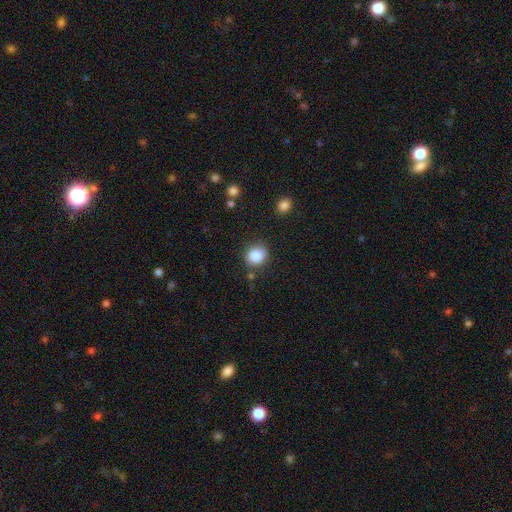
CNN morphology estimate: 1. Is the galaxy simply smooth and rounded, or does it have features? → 86% smooth, 10% star or artifact, 5% featured or disk.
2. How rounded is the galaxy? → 84% round, 15% in between, 1% cigar-shaped.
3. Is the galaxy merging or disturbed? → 79% none, 13% minor disturbance, 4% merger, 3% major disturbance.